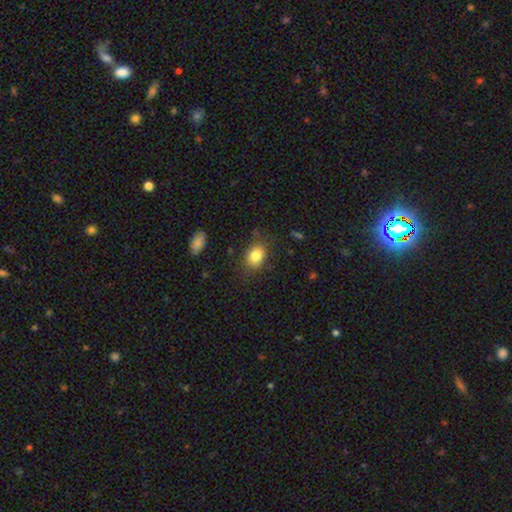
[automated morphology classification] smooth 83%, star or artifact 9%, featured or disk 8%. Down the decision tree: how rounded — in between (70%); merging — none (77%).